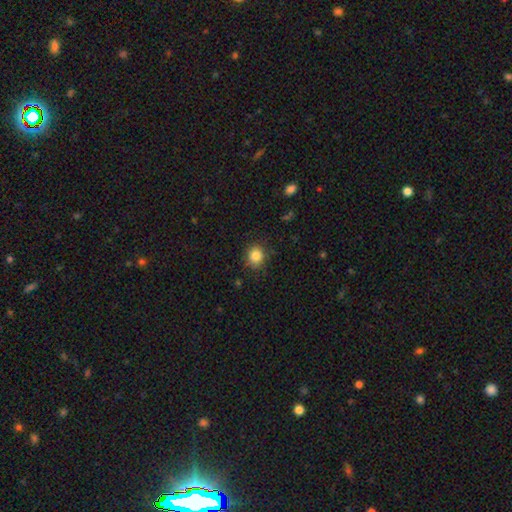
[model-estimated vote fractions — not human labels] A smooth galaxy with no disk features (85%) that is round (77%).

Vote fractions:
- Smooth or featured? smooth: 85% / star or artifact: 11% / featured or disk: 5%
- How rounded? round: 77% / in between: 22% / cigar-shaped: 1%
- Merging? none: 85% / minor disturbance: 11% / major disturbance: 3% / merger: 1%